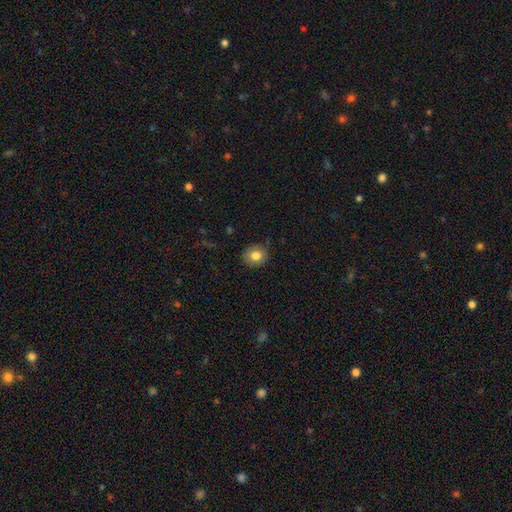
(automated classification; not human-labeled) smooth_or_featured: smooth (p=0.81) [alt: star or artifact p=0.10]
how_rounded: round (p=0.80) [alt: in between p=0.19]
merging: none (p=0.85) [alt: minor disturbance p=0.12]